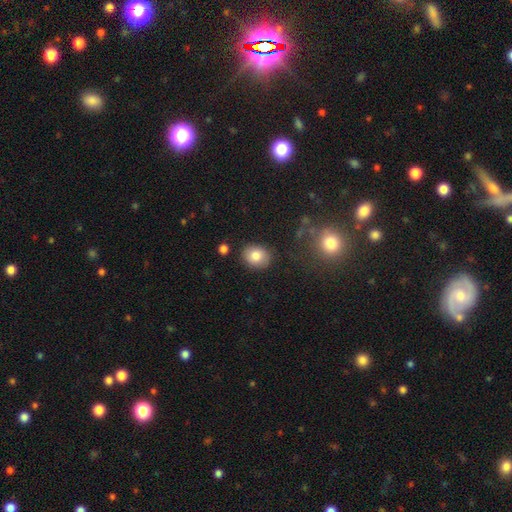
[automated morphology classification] smooth-or-featured: smooth: 82% | featured or disk: 9% | star or artifact: 9%
  how-rounded: round: 63% | in between: 36% | cigar-shaped: 1%
  merging: none: 86% | minor disturbance: 9% | major disturbance: 3% | merger: 2%